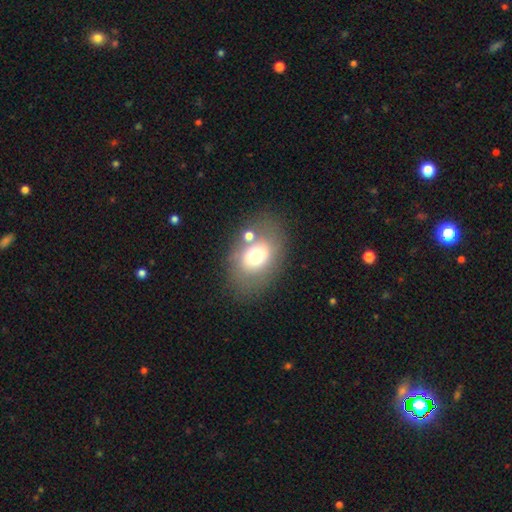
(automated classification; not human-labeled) The model was most divided on "smooth or featured": smooth: 63%, featured or disk: 25%, star or artifact: 12%. More confident: how rounded — in between (74%); merging — none (66%).